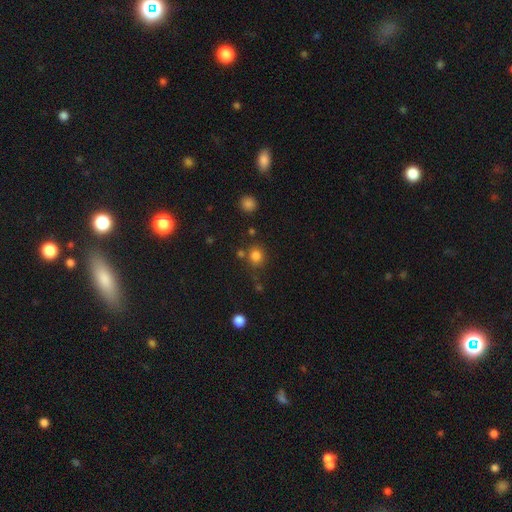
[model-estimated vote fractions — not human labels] Smooth or featured: smooth — 82% (star or artifact — 13%)
How rounded: round — 85% (in between — 14%)
Merging: none — 74% (minor disturbance — 11%)